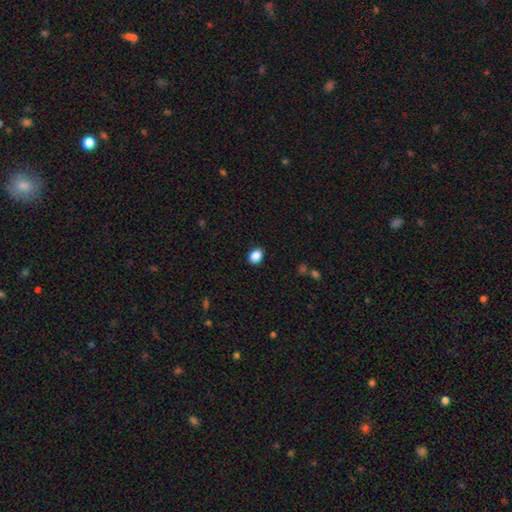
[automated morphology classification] smooth-or-featured: smooth: 88% | star or artifact: 9% | featured or disk: 3%
  how-rounded: in between: 57% | round: 42% | cigar-shaped: 1%
  merging: none: 89% | minor disturbance: 7% | major disturbance: 2% | merger: 1%